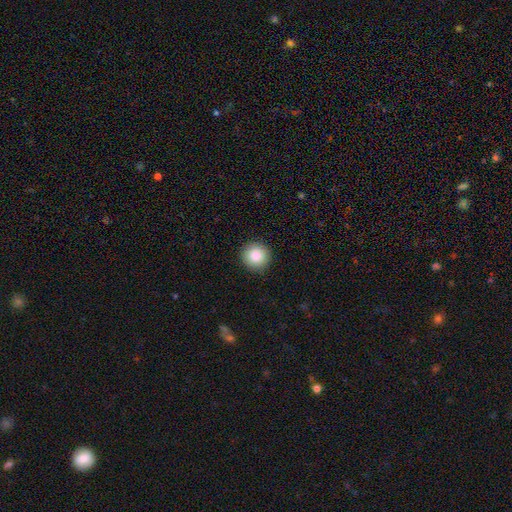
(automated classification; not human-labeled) Smooth or featured?
  - smooth: 86% *
  - star or artifact: 9%
  - featured or disk: 5%
How rounded?
  - round: 94% *
  - in between: 5%
  - cigar-shaped: 1%
Merging?
  - none: 92% *
  - minor disturbance: 5%
  - major disturbance: 2%
  - merger: 1%